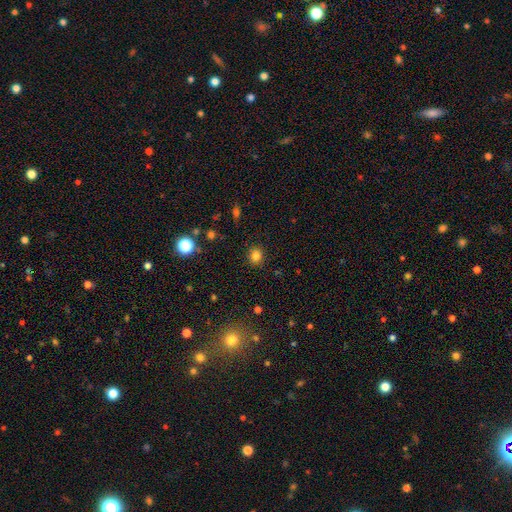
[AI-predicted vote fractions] Overall: smooth (81%). How rounded: round (82%). Merging: none (89%).